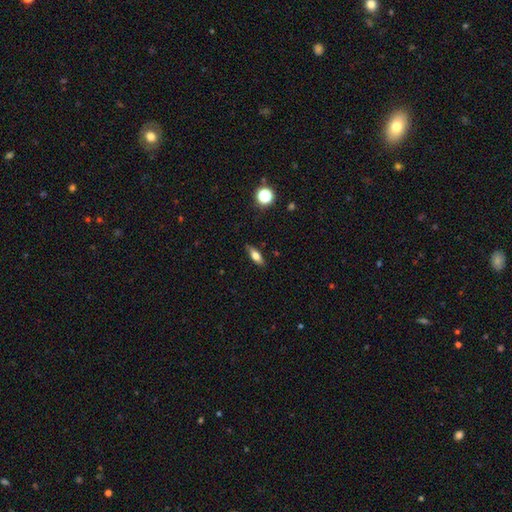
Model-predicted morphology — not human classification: Smooth or featured: smooth — 62% (featured or disk — 29%)
How rounded: in between — 61% (cigar-shaped — 35%)
Merging: none — 84% (minor disturbance — 12%)